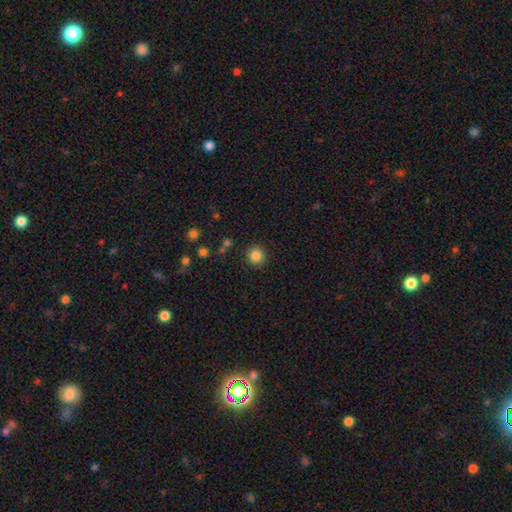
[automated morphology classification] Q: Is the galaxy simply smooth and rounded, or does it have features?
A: smooth — 85%.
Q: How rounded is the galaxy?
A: round — 93%.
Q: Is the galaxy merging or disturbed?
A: none — 90%.